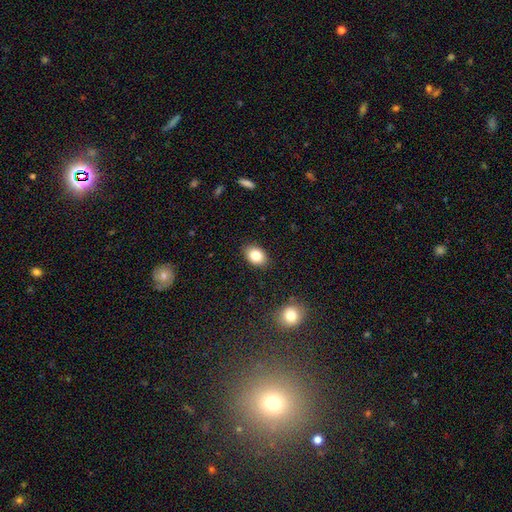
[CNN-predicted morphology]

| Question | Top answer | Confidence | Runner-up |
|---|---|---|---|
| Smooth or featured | smooth | 85% | star or artifact (8%) |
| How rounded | in between | 77% | round (21%) |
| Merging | none | 88% | minor disturbance (9%) |